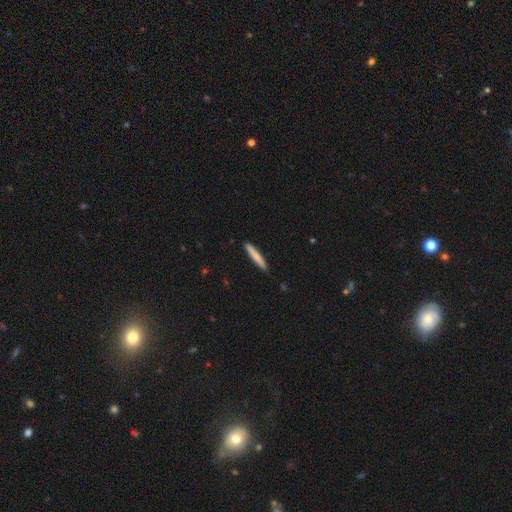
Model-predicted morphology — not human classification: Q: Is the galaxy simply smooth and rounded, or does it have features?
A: smooth — 73%.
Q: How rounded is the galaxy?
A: cigar-shaped — 94%.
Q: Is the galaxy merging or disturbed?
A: none — 91%.